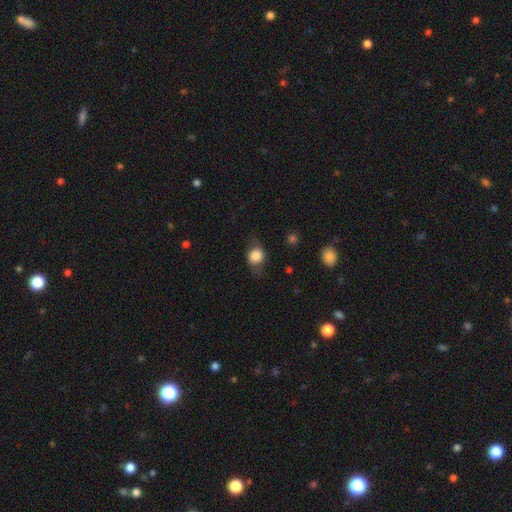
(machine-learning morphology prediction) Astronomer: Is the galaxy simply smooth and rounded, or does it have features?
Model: smooth — 78%.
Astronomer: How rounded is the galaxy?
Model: round — 58% (runner-up: in between, 40%).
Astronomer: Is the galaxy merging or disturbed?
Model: none — 65%.